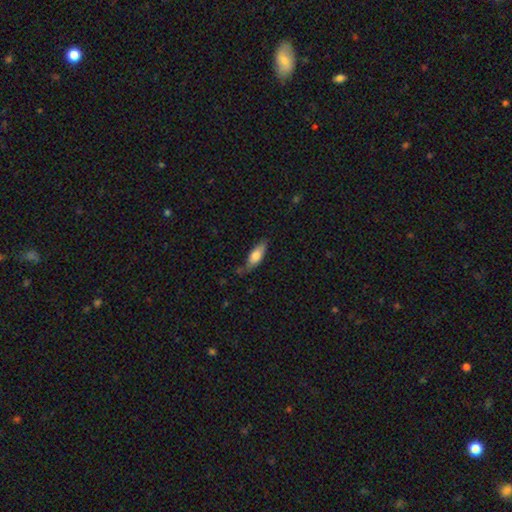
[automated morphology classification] Smooth or featured?
  - smooth: 75% *
  - featured or disk: 19%
  - star or artifact: 6%
How rounded?
  - in between: 66% *
  - cigar-shaped: 32%
  - round: 2%
Merging?
  - none: 62% *
  - minor disturbance: 28%
  - major disturbance: 6%
  - merger: 4%